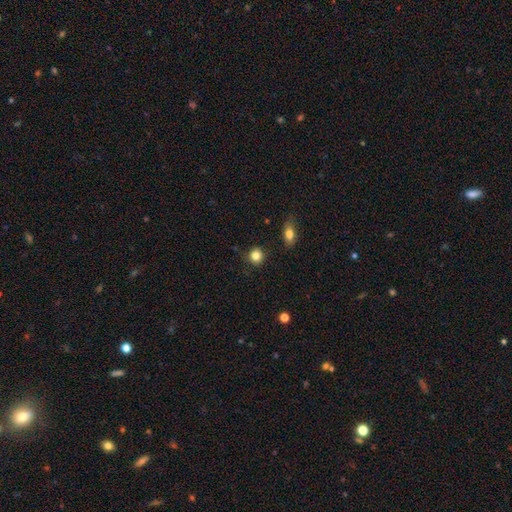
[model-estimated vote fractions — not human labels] Smooth or featured? smooth (84%)
How rounded? round (90%)
Merging? none (87%)